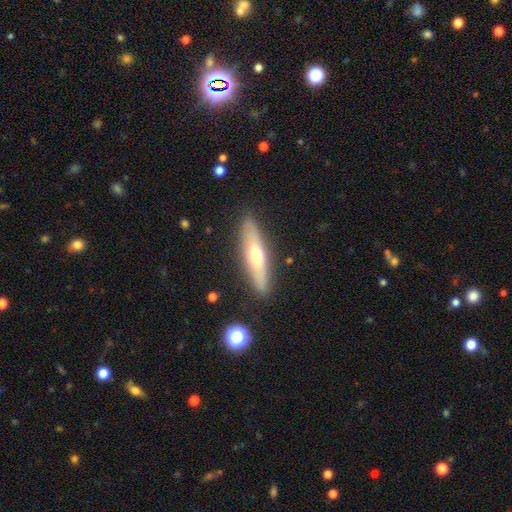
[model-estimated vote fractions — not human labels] This appears to be a smooth galaxy with no disk features (47%, tied with featured or disk). Merging: none (87%).